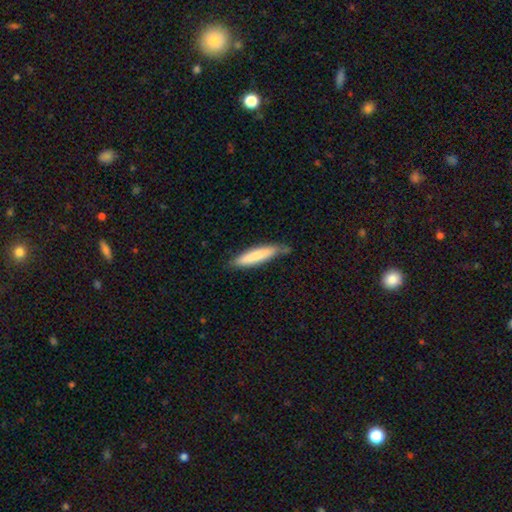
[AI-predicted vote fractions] The model was most divided on "merging": none: 74%, minor disturbance: 20%, major disturbance: 3%, merger: 2%. More confident: how rounded — cigar-shaped (85%); smooth or featured — smooth (80%).